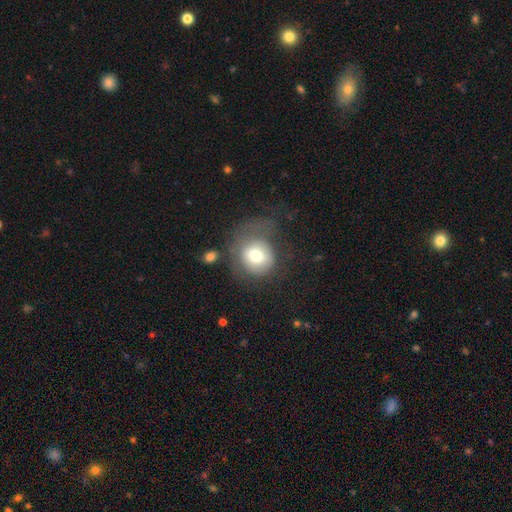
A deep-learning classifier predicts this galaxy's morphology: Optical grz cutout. It shows a smooth galaxy with no disk features (70%) that is round (82%). Merging: none (38%).